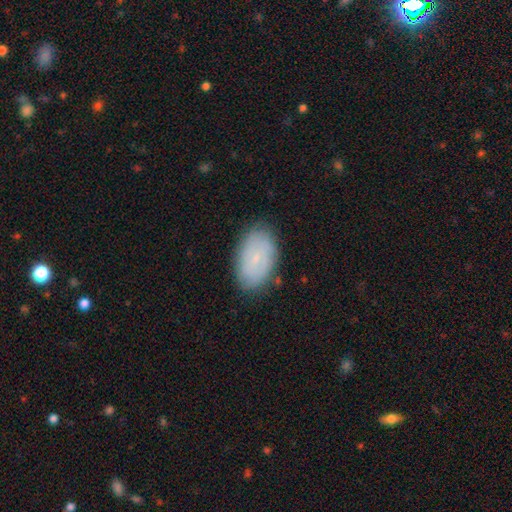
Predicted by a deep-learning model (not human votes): Morphology: type=smooth (59%); roundness=in between (93%); merging=none (83%).